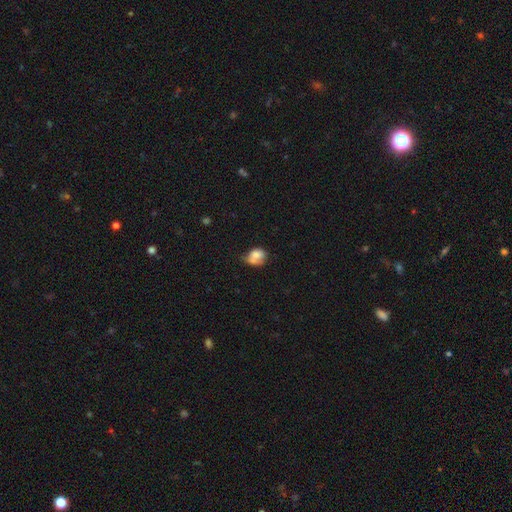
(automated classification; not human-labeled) Smooth or featured: smooth — 71% (featured or disk — 20%)
How rounded: in between — 50% (round — 49%)
Merging: none — 31% (minor disturbance — 28%)